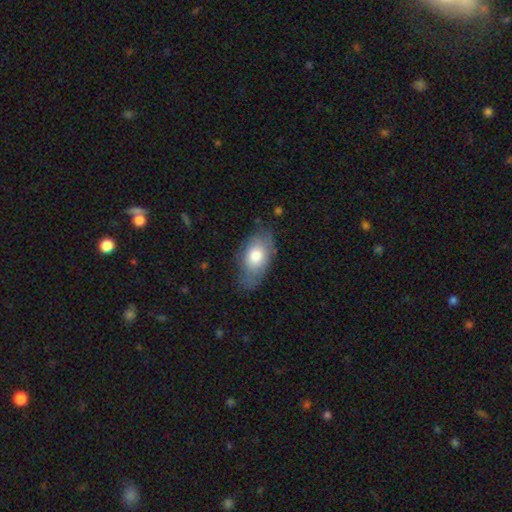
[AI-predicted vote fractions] This appears to be a smooth galaxy with no disk features (73%) that is in between round and cigar-shaped (90%). Merging: none (69%).